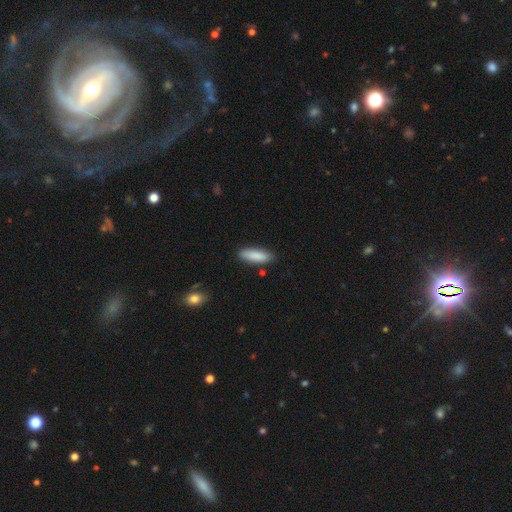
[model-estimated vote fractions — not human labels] Smooth or featured?
  - smooth: 88% *
  - featured or disk: 7%
  - star or artifact: 6%
How rounded?
  - cigar-shaped: 50% *
  - in between: 49%
  - round: 2%
Merging?
  - none: 85% *
  - minor disturbance: 11%
  - major disturbance: 2%
  - merger: 2%